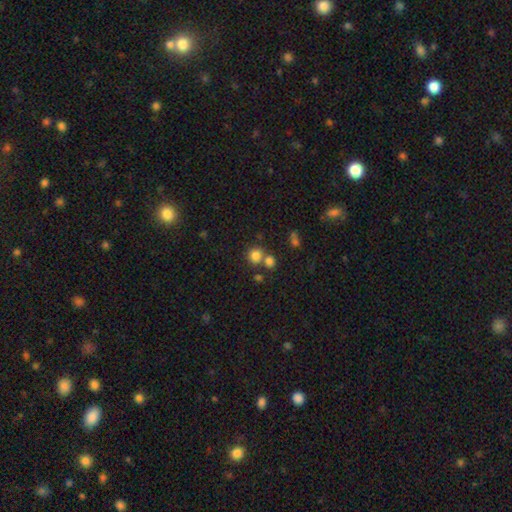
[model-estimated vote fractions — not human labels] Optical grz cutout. It shows a smooth galaxy with no disk features (79%) that is round (86%). Merging: none (60%).